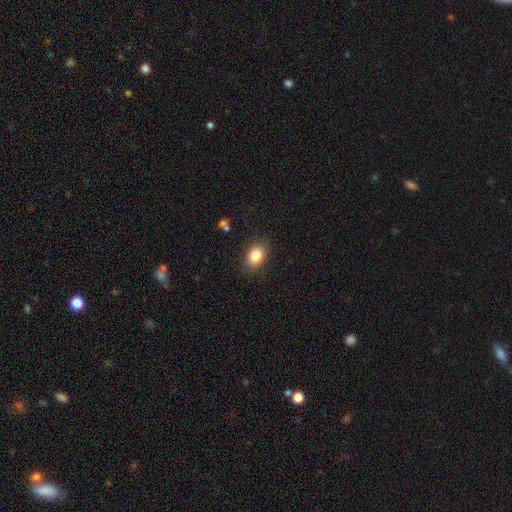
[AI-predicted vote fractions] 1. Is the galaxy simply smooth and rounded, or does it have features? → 84% smooth, 9% star or artifact, 8% featured or disk.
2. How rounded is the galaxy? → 76% in between, 23% round, 1% cigar-shaped.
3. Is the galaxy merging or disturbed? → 85% none, 11% minor disturbance, 3% major disturbance, 1% merger.